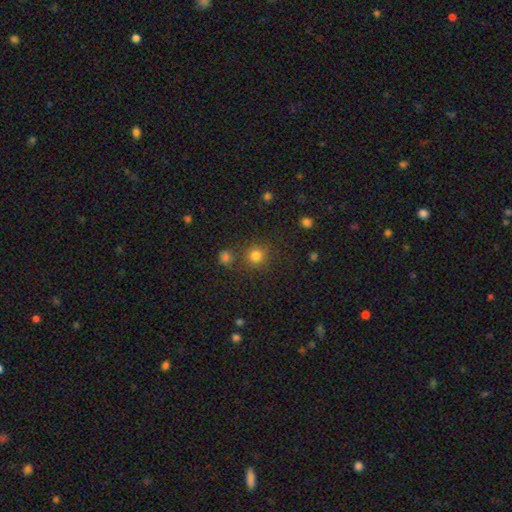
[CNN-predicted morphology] Smooth or featured?
  - smooth: 80% *
  - star or artifact: 15%
  - featured or disk: 5%
How rounded?
  - round: 92% *
  - in between: 7%
  - cigar-shaped: 1%
Merging?
  - none: 78% *
  - merger: 9%
  - minor disturbance: 9%
  - major disturbance: 4%